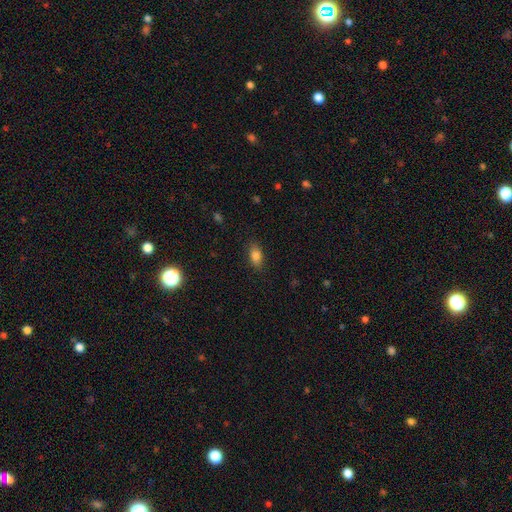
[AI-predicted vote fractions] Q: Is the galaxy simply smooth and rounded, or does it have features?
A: smooth — 82%.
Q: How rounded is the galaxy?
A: in between — 87%.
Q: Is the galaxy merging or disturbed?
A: none — 86%.